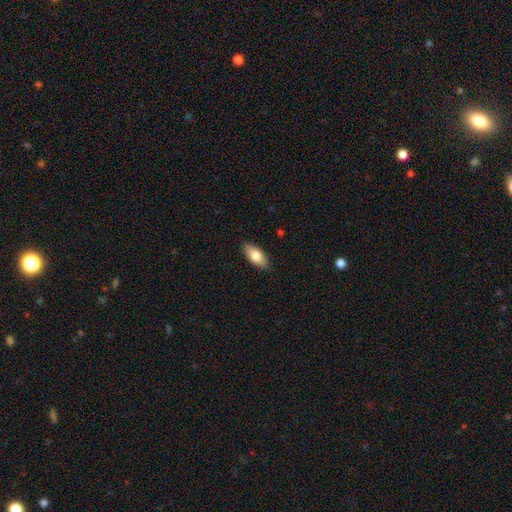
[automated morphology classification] smooth-or-featured: smooth: 78% | featured or disk: 16% | star or artifact: 6%
  how-rounded: in between: 87% | cigar-shaped: 10% | round: 3%
  merging: none: 88% | minor disturbance: 9% | major disturbance: 2% | merger: 1%